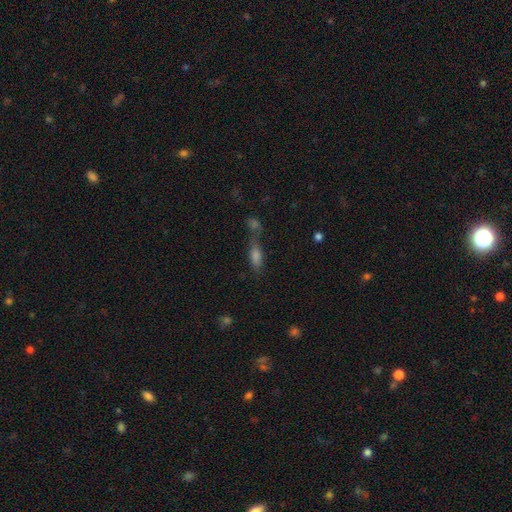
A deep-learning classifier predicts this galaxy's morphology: Q: Smooth or featured?
A: smooth (67%); runner-up: featured or disk (17%)
Q: How rounded?
A: in between (58%); runner-up: cigar-shaped (37%)
Q: Merging?
A: merger (42%); runner-up: none (39%)